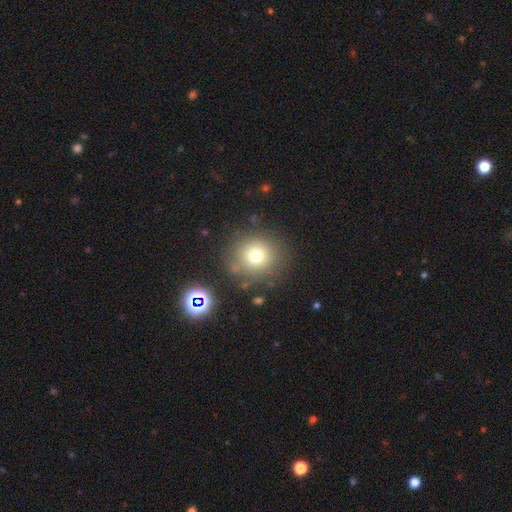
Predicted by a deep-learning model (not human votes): This appears to be a smooth galaxy with no disk features (73%) that is round (90%). Merging: none (80%).